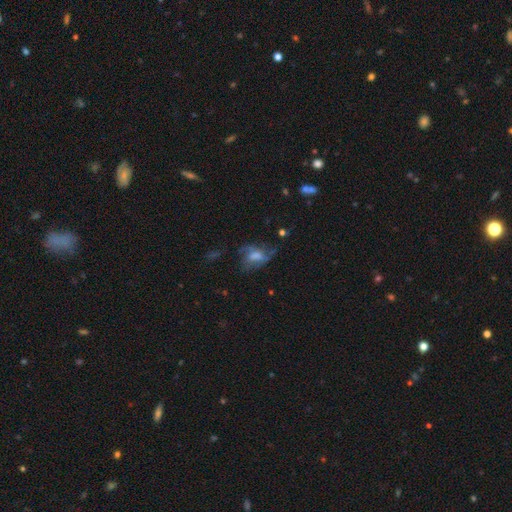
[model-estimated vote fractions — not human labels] A featured or disk galaxy (47%).

Vote fractions:
- Smooth or featured? featured or disk: 47% / smooth: 41% / star or artifact: 13%
- Merging? none: 39% / major disturbance: 35% / minor disturbance: 23% / merger: 4%